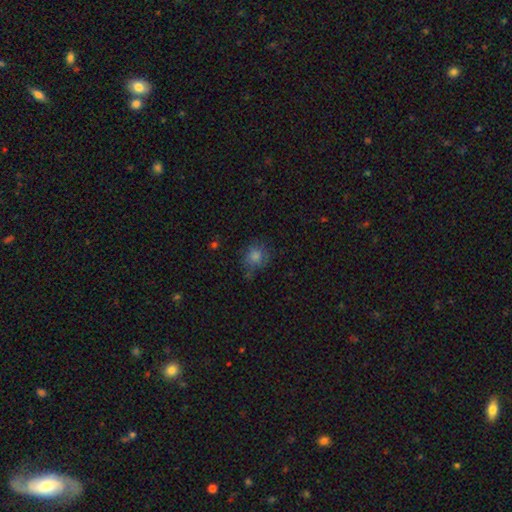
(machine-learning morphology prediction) A smooth galaxy with no disk features (77%) that is round (83%). Merging: none (67%).